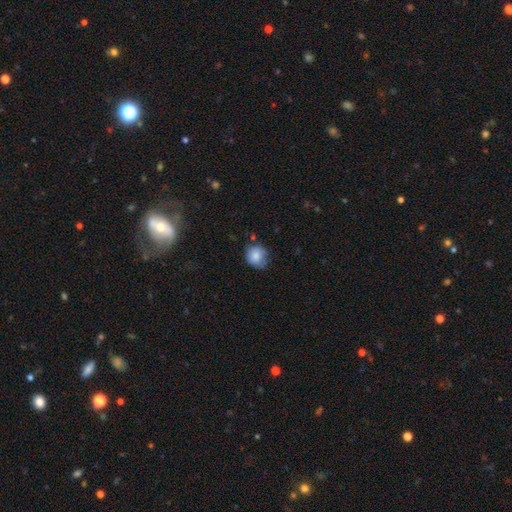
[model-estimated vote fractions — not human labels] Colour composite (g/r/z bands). It shows a smooth galaxy with no disk features (82%) that is round (78%). Merging: none (63%).